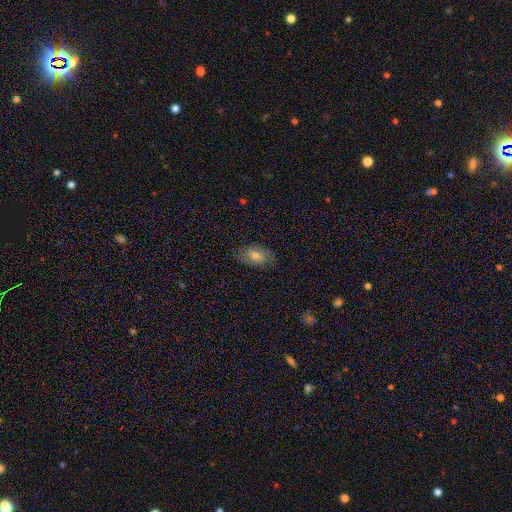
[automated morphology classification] Overall: smooth (58%; featured or disk 31%). How rounded: in between (88%). Merging: none (79%).